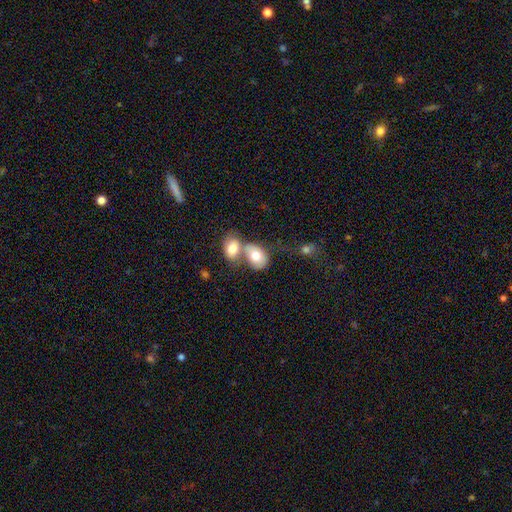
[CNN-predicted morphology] Q: Smooth or featured?
A: smooth (75%); runner-up: featured or disk (18%)
Q: How rounded?
A: in between (76%); runner-up: round (23%)
Q: Merging?
A: merger (68%); runner-up: none (20%)